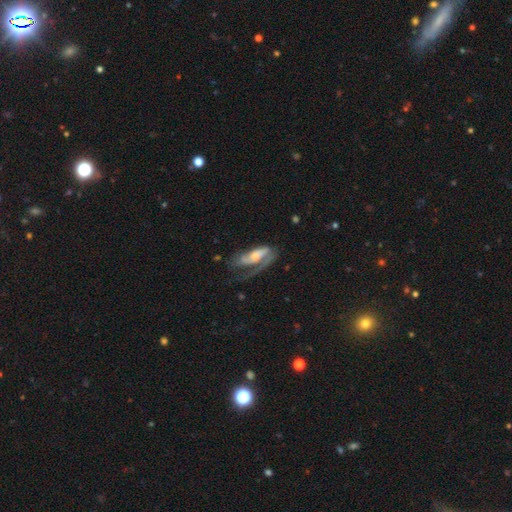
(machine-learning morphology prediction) smooth-or-featured: featured or disk: 64% | smooth: 29% | star or artifact: 6%
  disk-edge-on: no: 87% | yes: 13%
    bar: no: 55% | weak: 28% | strong: 17%
    has-spiral-arms: yes: 81% | no: 19%
    bulge-size: moderate: 42% | small: 37% | large: 12% | none: 7% | dominant: 2%
  merging: major disturbance: 45% | none: 30% | minor disturbance: 21% | merger: 3%